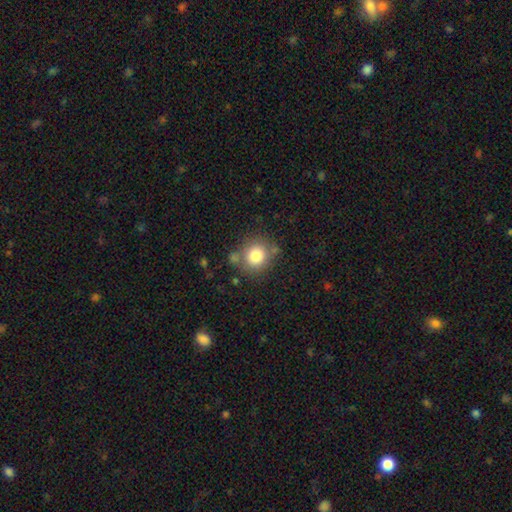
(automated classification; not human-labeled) Smooth or featured: smooth — 81% (star or artifact — 10%)
How rounded: round — 84% (in between — 15%)
Merging: none — 71% (minor disturbance — 14%)